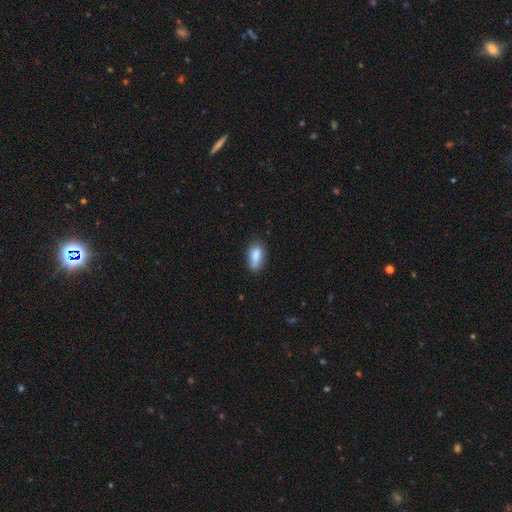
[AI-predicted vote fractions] smooth-or-featured: smooth: 82% | featured or disk: 10% | star or artifact: 8%
  how-rounded: in between: 83% | cigar-shaped: 12% | round: 4%
  merging: none: 61% | minor disturbance: 29% | major disturbance: 6% | merger: 5%